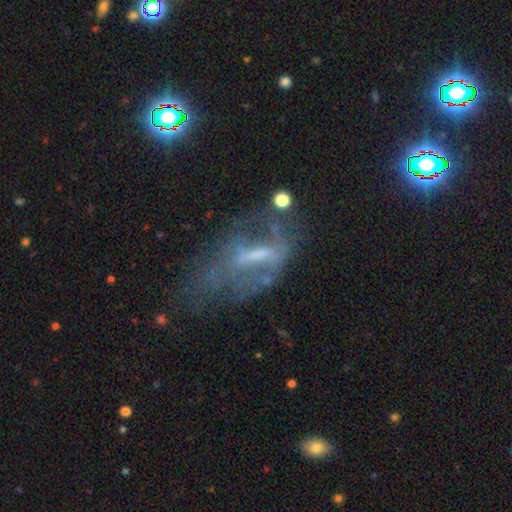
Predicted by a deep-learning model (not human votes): smooth_or_featured: featured or disk (p=0.61) [alt: smooth p=0.21]
disk_edge_on: no (p=0.87) [alt: yes p=0.13]
bar: weak (p=0.37) [alt: no p=0.33]
has_spiral_arms: no (p=0.63) [alt: yes p=0.37]
bulge_size: none (p=0.34) [alt: small p=0.33]
merging: none (p=0.39) [alt: major disturbance p=0.34]